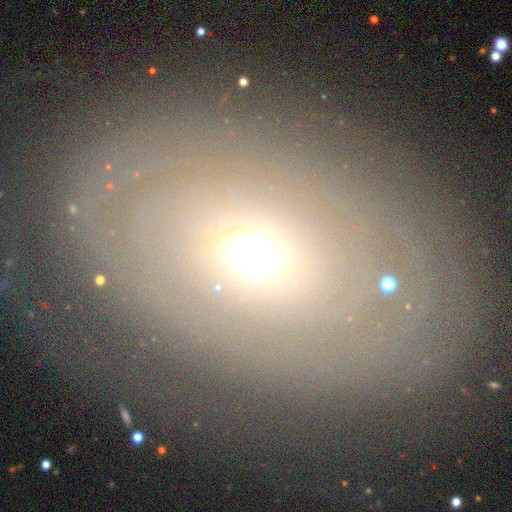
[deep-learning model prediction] smooth-or-featured: featured or disk: 43% | smooth: 39% | star or artifact: 19%
  merging: none: 65% | minor disturbance: 17% | major disturbance: 12% | merger: 6%